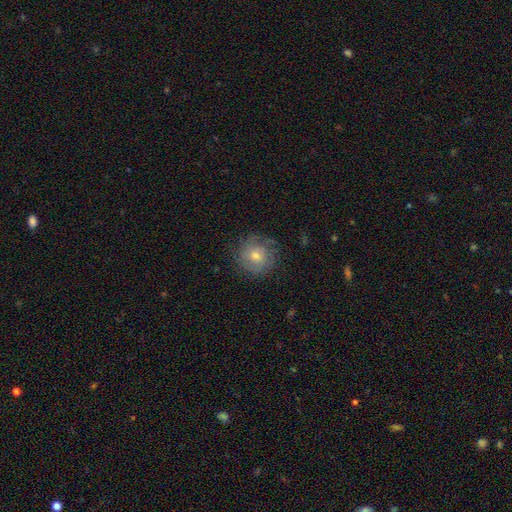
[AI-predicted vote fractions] Smooth or featured? smooth (47%)
Merging? none (77%)